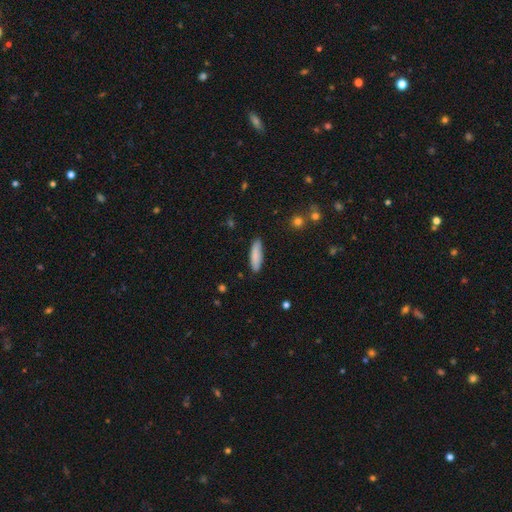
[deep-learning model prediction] Smooth or featured? smooth (85%)
How rounded? cigar-shaped (62%)
Merging? none (86%)